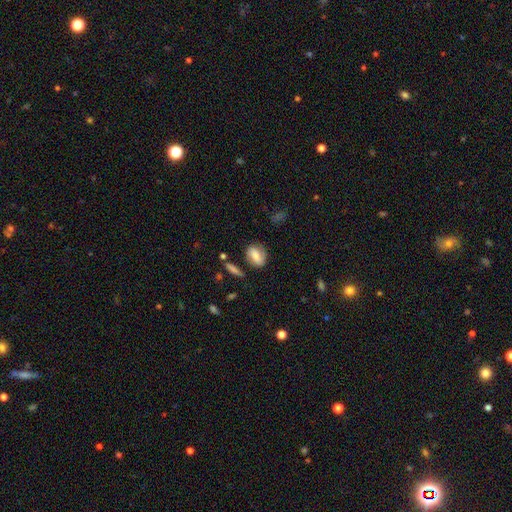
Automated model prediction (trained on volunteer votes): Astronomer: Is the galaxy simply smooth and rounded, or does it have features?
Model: smooth — 60%.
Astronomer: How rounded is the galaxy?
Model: in between — 72%.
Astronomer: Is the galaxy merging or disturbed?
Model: none — 67%.